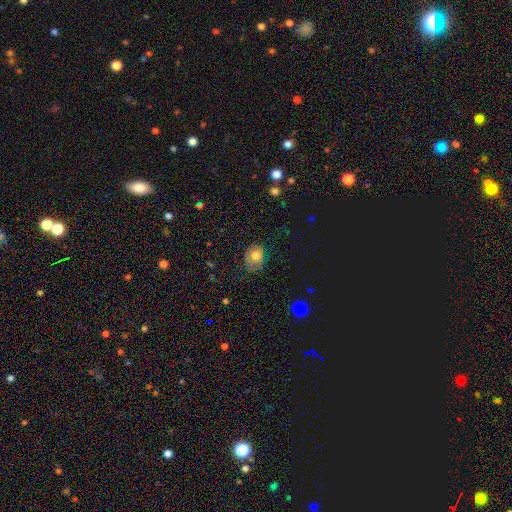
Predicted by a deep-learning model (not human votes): Overall: smooth (68%). How rounded: in between (55%; round 44%). Merging: none (66%).